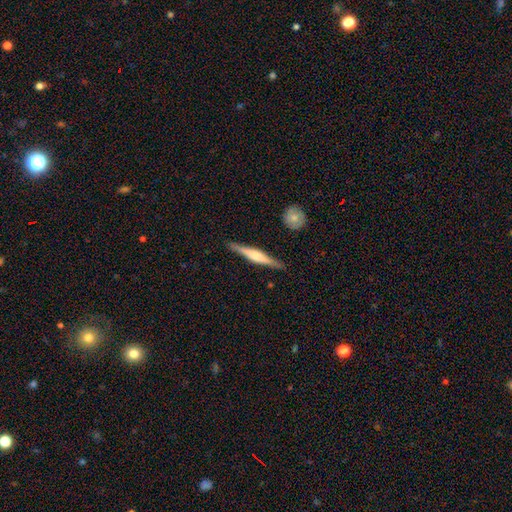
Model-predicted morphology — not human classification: Smooth or featured? featured or disk (66%)
Edge-on disk? yes (97%)
Edge-on bulge? rounded (70%)
Merging? none (88%)